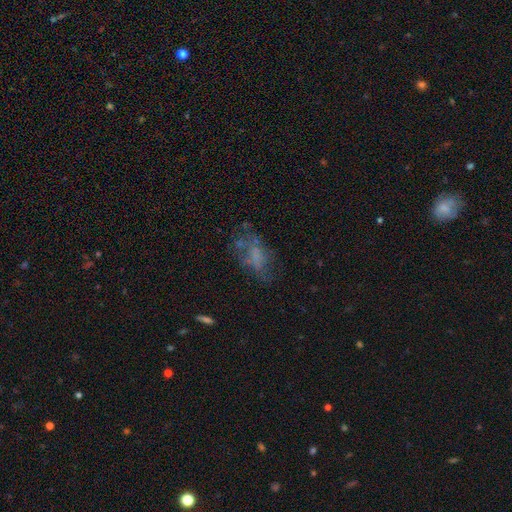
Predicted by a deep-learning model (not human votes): Morphology: type=featured or disk (43%); merging=none (47%).